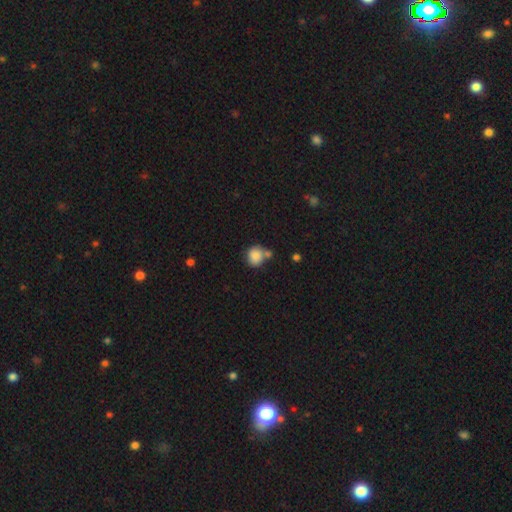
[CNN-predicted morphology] A smooth galaxy with no disk features (85%) that is round (82%).

Vote fractions:
- Smooth or featured? smooth: 85% / star or artifact: 8% / featured or disk: 6%
- How rounded? round: 82% / in between: 17% / cigar-shaped: 1%
- Merging? none: 52% / merger: 27% / minor disturbance: 16% / major disturbance: 5%